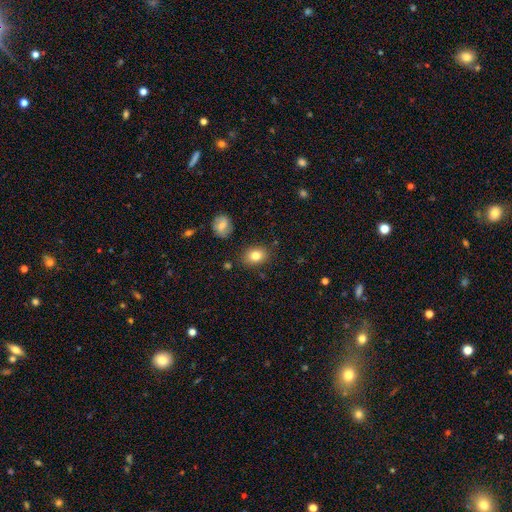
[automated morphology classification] Smooth or featured? smooth (81%)
How rounded? in between (66%)
Merging? none (84%)